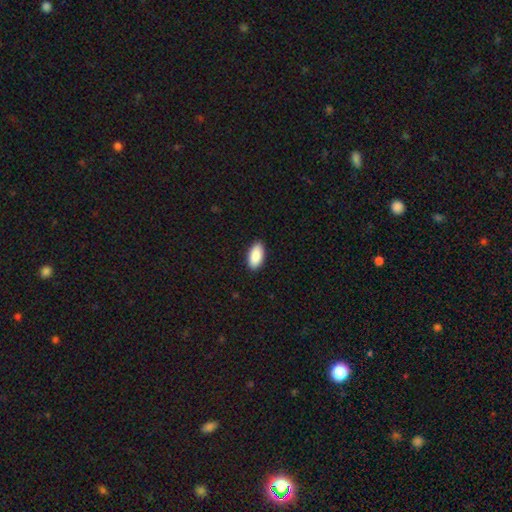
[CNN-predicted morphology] Smooth or featured? Predicted: smooth (p=0.91). How rounded? Predicted: in between (p=0.94). Merging? Predicted: none (p=0.90).